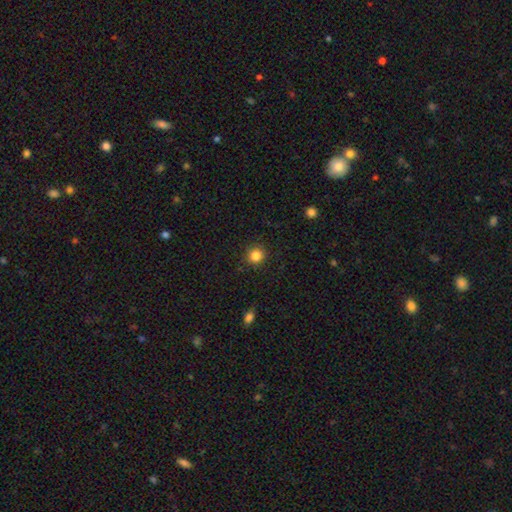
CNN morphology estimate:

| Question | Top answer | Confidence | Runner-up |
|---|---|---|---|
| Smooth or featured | smooth | 84% | star or artifact (11%) |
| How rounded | round | 91% | in between (9%) |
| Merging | none | 90% | minor disturbance (6%) |